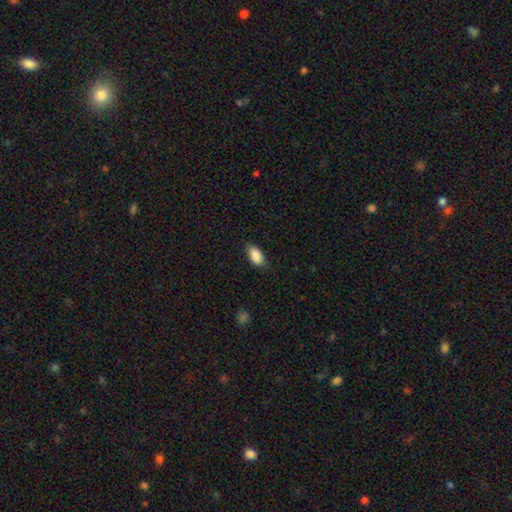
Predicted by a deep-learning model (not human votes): Smooth or featured? Predicted: smooth (p=0.88). How rounded? Predicted: in between (p=0.92). Merging? Predicted: none (p=0.79).